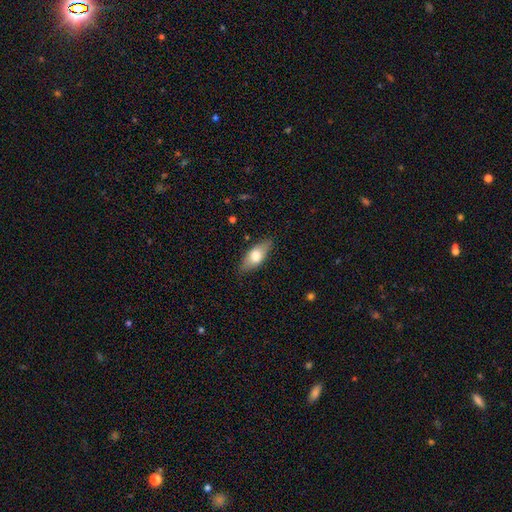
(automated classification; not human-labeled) This is likely a smooth galaxy (63%). How rounded: likely in between (77%). Merging: clearly none (84%).